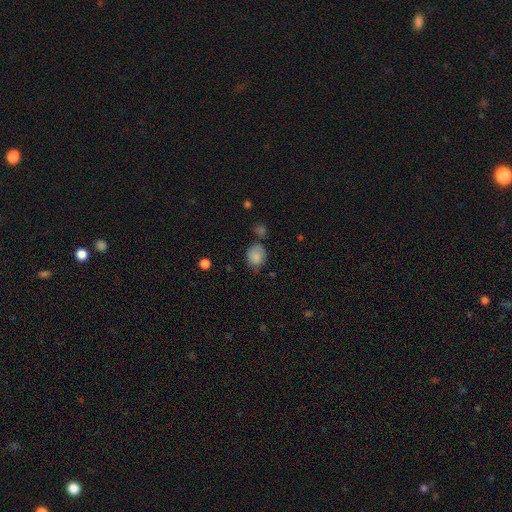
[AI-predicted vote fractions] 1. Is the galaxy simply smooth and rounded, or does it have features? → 84% smooth, 9% star or artifact, 7% featured or disk.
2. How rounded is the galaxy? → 57% round, 42% in between, 1% cigar-shaped.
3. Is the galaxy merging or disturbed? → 60% none, 26% minor disturbance, 8% merger, 7% major disturbance.